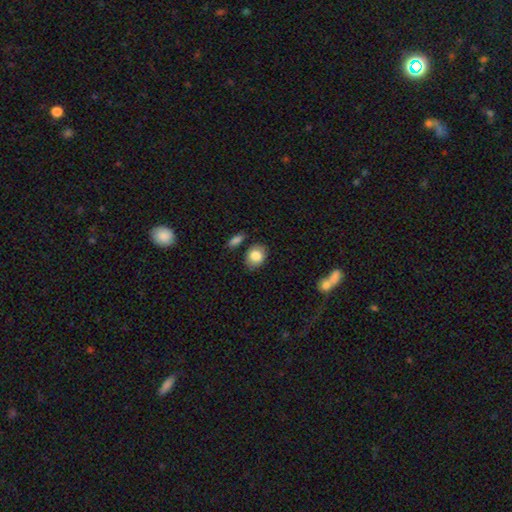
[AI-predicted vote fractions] Smooth or featured: smooth — 83% (featured or disk — 9%)
How rounded: in between — 60% (round — 38%)
Merging: none — 76% (minor disturbance — 15%)